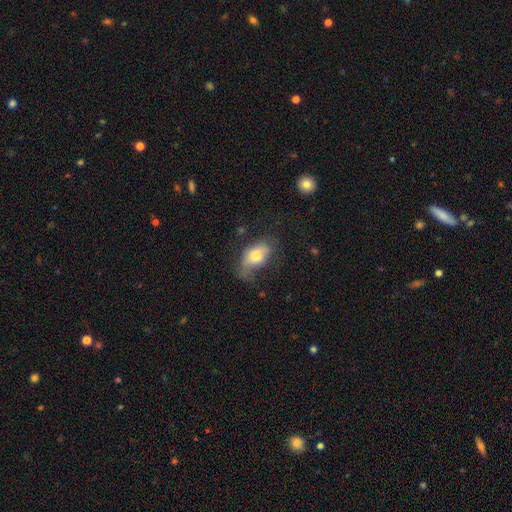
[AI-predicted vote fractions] This is likely a smooth galaxy (72%). How rounded: clearly in between (89%). Merging: marginally none (41%).